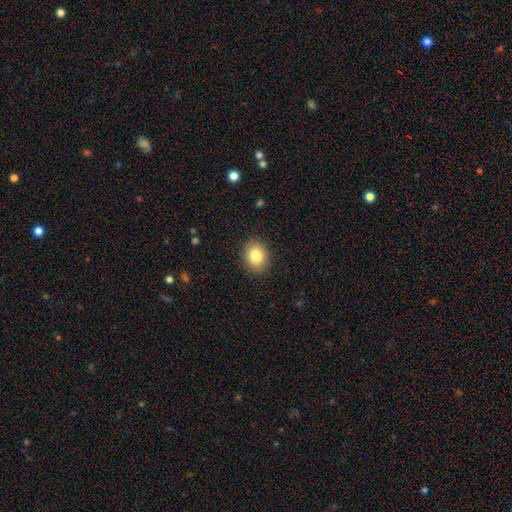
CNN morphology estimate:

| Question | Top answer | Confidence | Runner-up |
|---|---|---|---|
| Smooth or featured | smooth | 84% | star or artifact (9%) |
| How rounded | in between | 50% | round (49%) |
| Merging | none | 89% | minor disturbance (8%) |